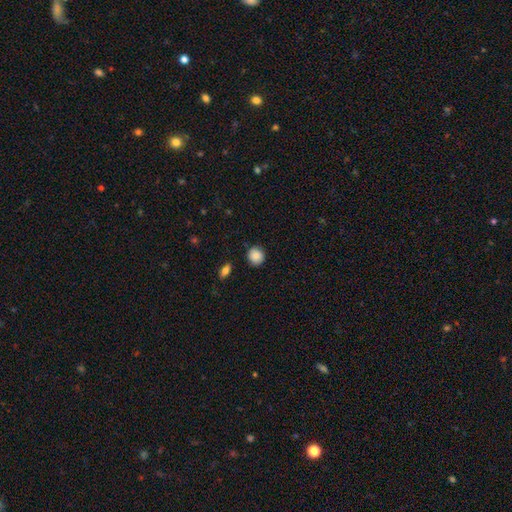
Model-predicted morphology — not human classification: Smooth or featured? Predicted: smooth (p=0.87). How rounded? Predicted: round (p=0.88). Merging? Predicted: none (p=0.86).